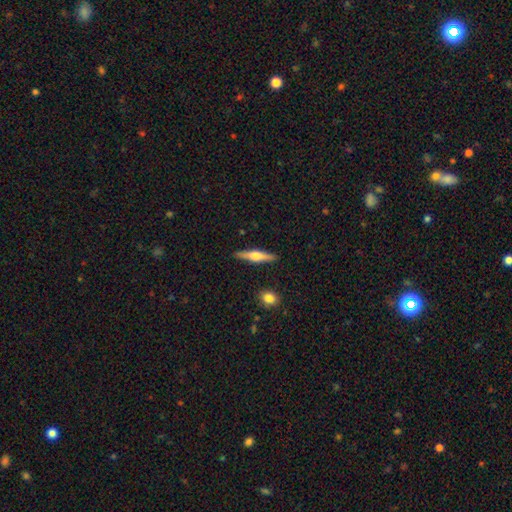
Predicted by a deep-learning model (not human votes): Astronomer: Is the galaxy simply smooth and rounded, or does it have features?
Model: featured or disk — 58% (runner-up: smooth, 36%).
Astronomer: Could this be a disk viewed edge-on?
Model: yes — 96%.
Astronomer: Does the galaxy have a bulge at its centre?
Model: rounded — 90%.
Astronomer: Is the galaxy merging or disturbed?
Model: none — 90%.